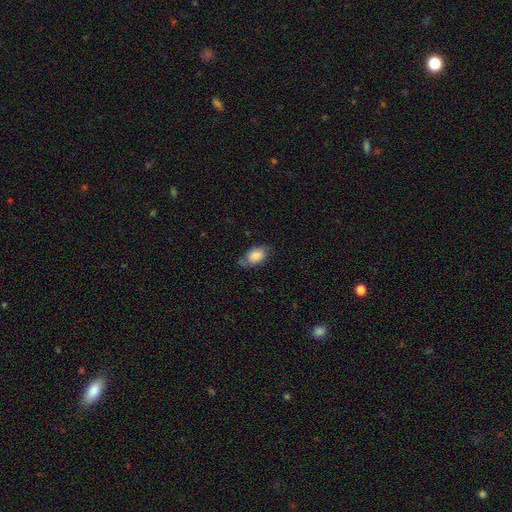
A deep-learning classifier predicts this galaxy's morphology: smooth 81%, featured or disk 12%, star or artifact 7%. Down the decision tree: how rounded — in between (90%); merging — none (62%).